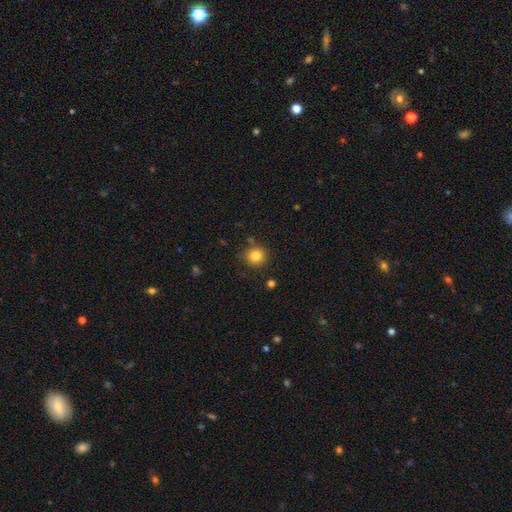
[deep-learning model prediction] smooth 82%, star or artifact 12%, featured or disk 6%. Down the decision tree: how rounded — round (91%); merging — none (83%).